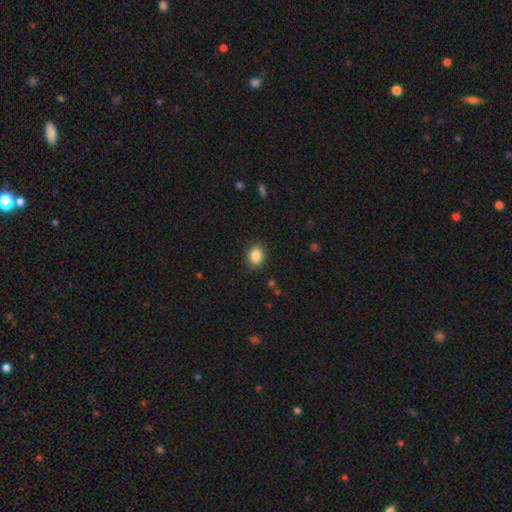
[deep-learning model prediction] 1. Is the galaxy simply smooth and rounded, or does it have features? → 86% smooth, 9% star or artifact, 4% featured or disk.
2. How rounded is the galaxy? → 61% round, 38% in between, 1% cigar-shaped.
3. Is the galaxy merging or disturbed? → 90% none, 7% minor disturbance, 2% major disturbance, 1% merger.